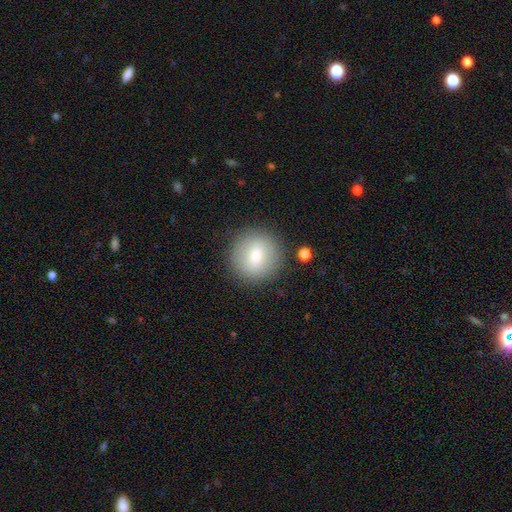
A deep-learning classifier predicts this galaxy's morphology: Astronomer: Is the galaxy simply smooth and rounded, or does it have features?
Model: smooth — 76%.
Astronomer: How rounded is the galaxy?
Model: round — 93%.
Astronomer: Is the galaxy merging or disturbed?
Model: none — 87%.